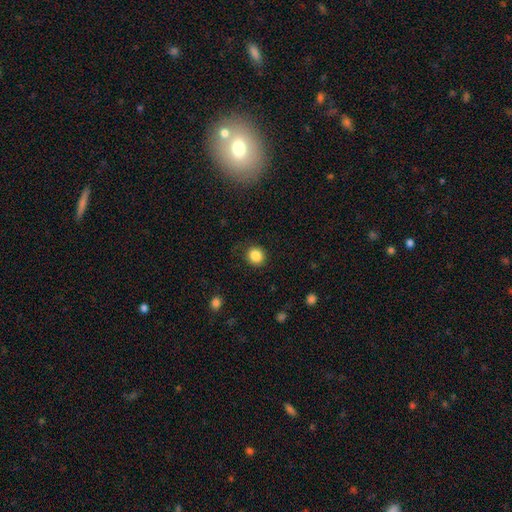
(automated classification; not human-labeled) A smooth galaxy with no disk features (85%) that is round (84%). Merging: none (84%).